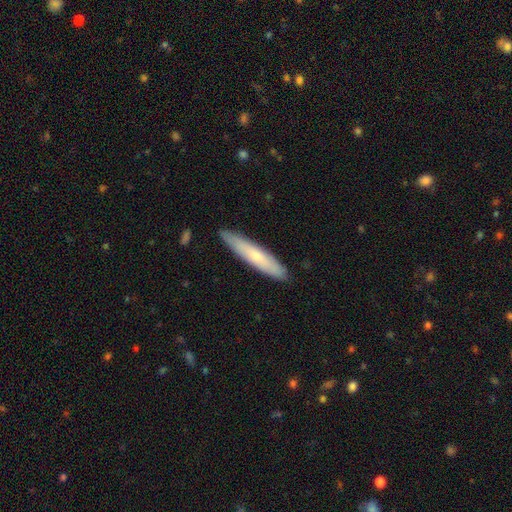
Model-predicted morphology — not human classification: Smooth or featured? smooth (62%)
How rounded? cigar-shaped (89%)
Merging? none (88%)